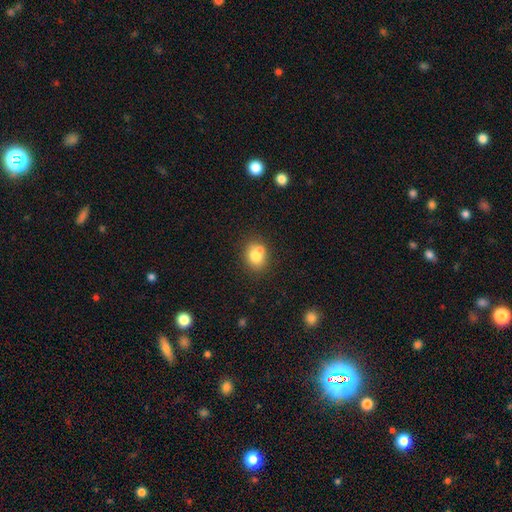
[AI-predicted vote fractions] Morphology: type=smooth (74%); roundness=round (61%); merging=none (54%).